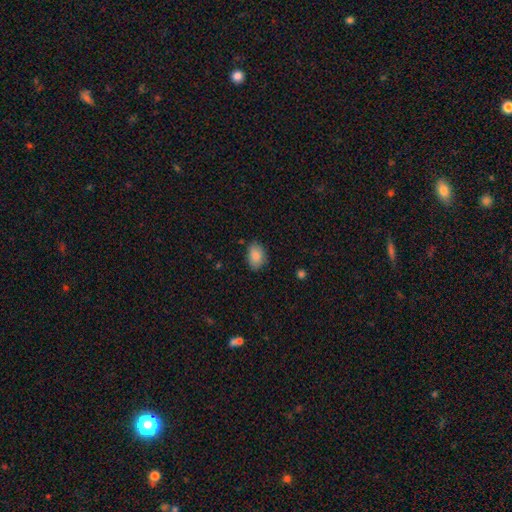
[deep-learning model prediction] smooth 87%, star or artifact 7%, featured or disk 6%. Down the decision tree: how rounded — in between (84%); merging — none (80%).